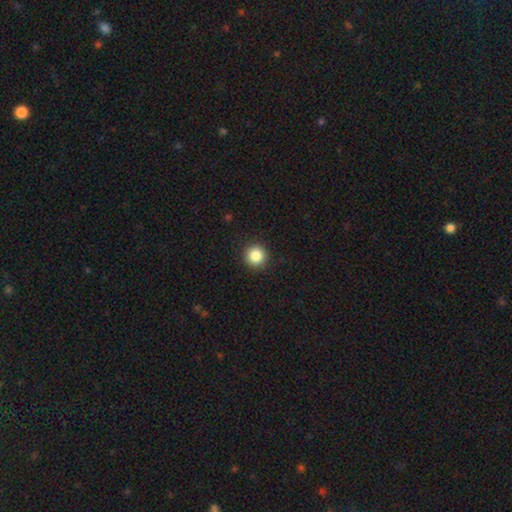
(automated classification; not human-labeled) Q: Smooth or featured?
A: smooth (86%); runner-up: star or artifact (10%)
Q: How rounded?
A: round (95%); runner-up: in between (4%)
Q: Merging?
A: none (92%); runner-up: minor disturbance (5%)